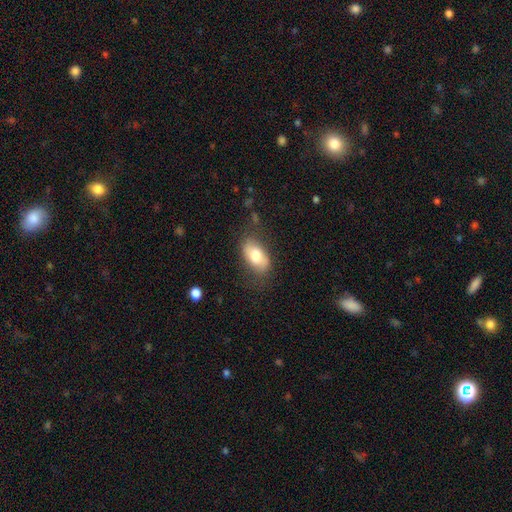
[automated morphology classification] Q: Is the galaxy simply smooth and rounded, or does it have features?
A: smooth — 72%.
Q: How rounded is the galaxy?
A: in between — 91%.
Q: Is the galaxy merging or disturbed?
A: none — 73%.